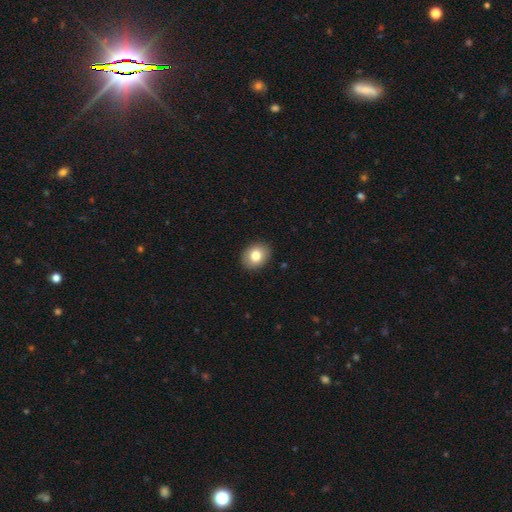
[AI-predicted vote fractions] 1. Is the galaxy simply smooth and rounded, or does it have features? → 81% smooth, 10% featured or disk, 9% star or artifact.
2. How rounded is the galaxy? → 54% round, 45% in between, 1% cigar-shaped.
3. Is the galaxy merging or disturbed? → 90% none, 7% minor disturbance, 2% major disturbance, 1% merger.